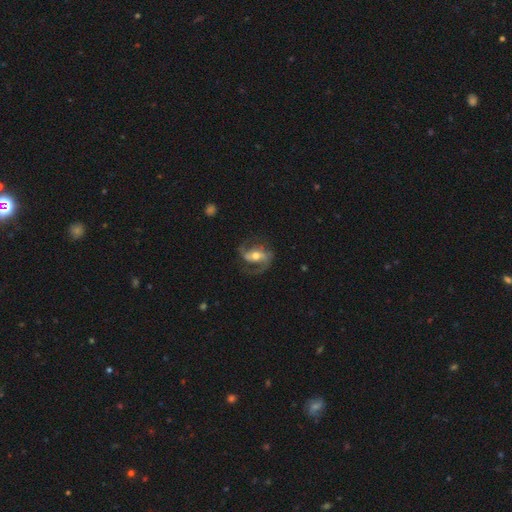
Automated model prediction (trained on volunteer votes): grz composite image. It shows a featured or disk galaxy (84%) with a strong bar (38%), 2 (87%) medium (51%) spiral arms (94%) and a moderate central bulge (70%). Merging: none (67%).